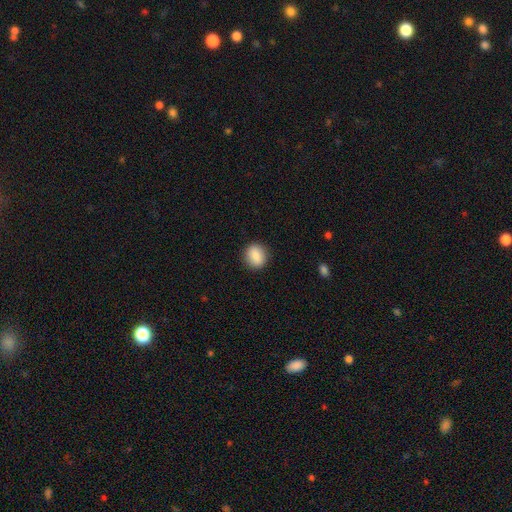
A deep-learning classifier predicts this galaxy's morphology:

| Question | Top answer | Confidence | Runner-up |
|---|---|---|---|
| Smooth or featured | smooth | 88% | star or artifact (8%) |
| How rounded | round | 69% | in between (29%) |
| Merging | none | 89% | minor disturbance (8%) |